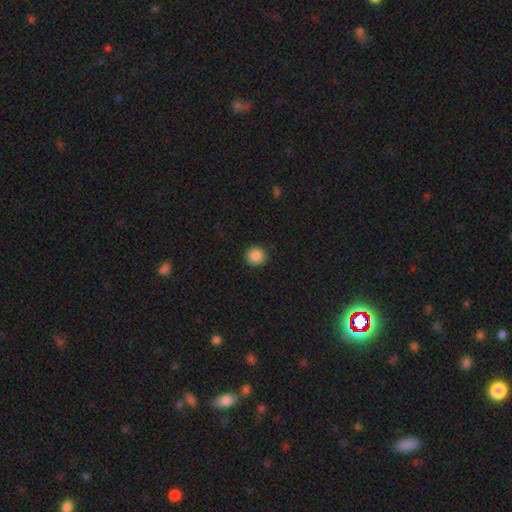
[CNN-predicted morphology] Smooth or featured?
  - smooth: 87% *
  - star or artifact: 9%
  - featured or disk: 4%
How rounded?
  - round: 93% *
  - in between: 6%
  - cigar-shaped: 1%
Merging?
  - none: 90% *
  - minor disturbance: 7%
  - major disturbance: 2%
  - merger: 1%